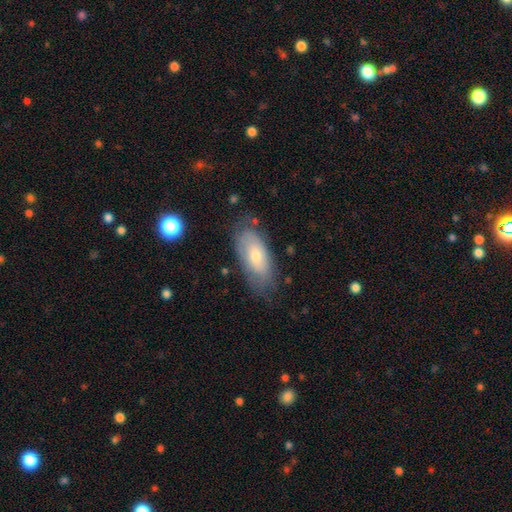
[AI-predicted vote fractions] Smooth or featured? Predicted: smooth (p=0.58). How rounded? Predicted: in between (p=0.88). Merging? Predicted: none (p=0.70).